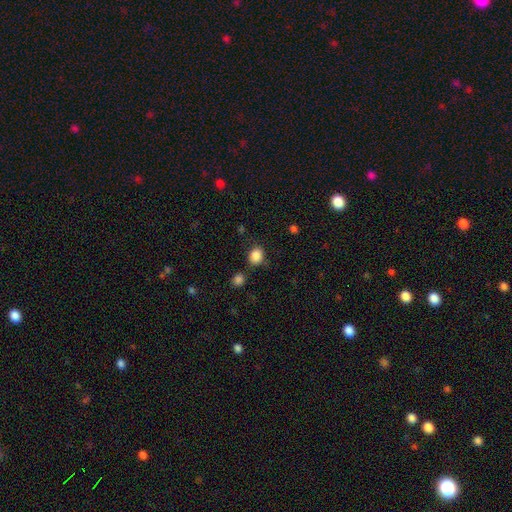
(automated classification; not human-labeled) This is clearly a smooth galaxy (86%). How rounded: likely round (61%). Merging: likely none (77%).